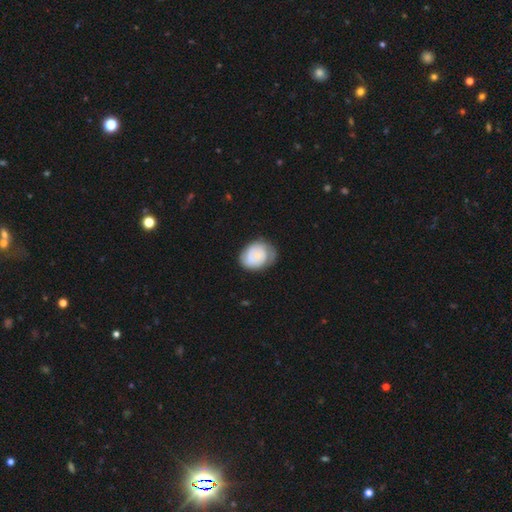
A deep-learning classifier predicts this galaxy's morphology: Smooth or featured? Predicted: smooth (p=0.49). Merging? Predicted: none (p=0.58).